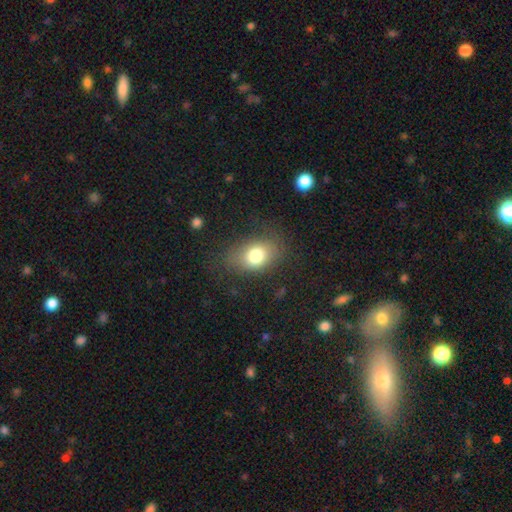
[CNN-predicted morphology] A smooth galaxy with no disk features (76%) that is in between round and cigar-shaped (74%). Merging: none (71%).